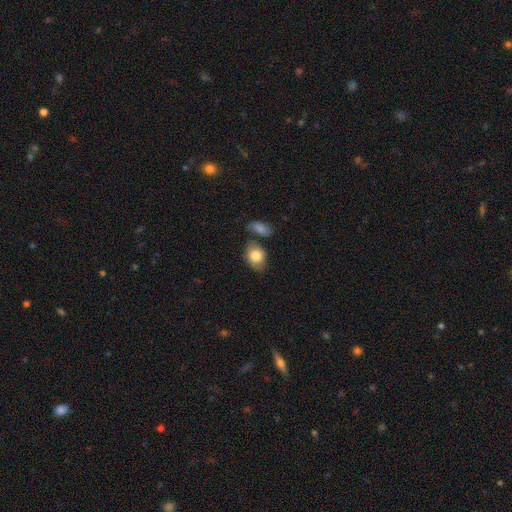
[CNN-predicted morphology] This is likely a smooth galaxy (80%). How rounded: likely in between (75%). Merging: possibly none (59%).